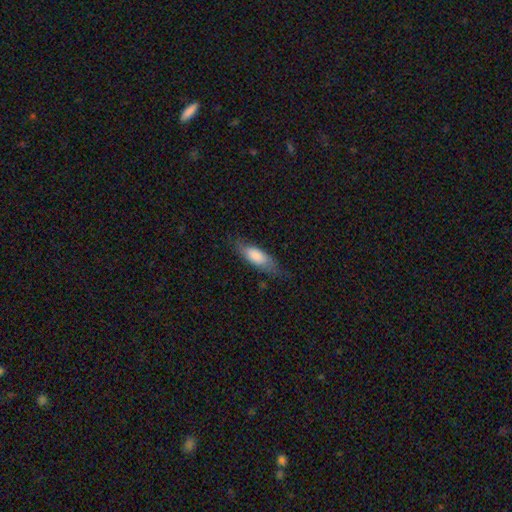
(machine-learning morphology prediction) This appears to be a smooth galaxy with no disk features (75%) that is in between round and cigar-shaped (65%). Merging: none (66%).